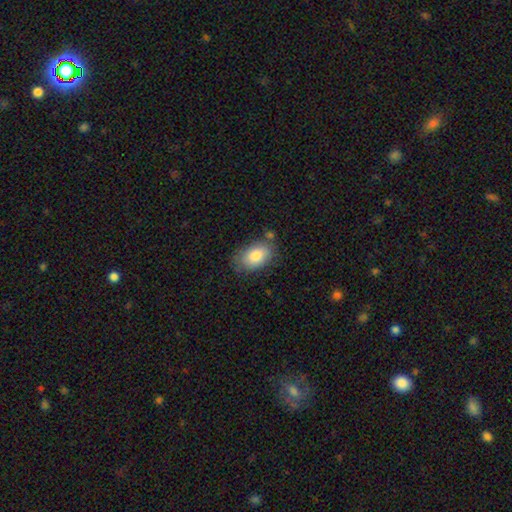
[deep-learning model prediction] Smooth or featured? smooth (82%)
How rounded? in between (90%)
Merging? none (72%)